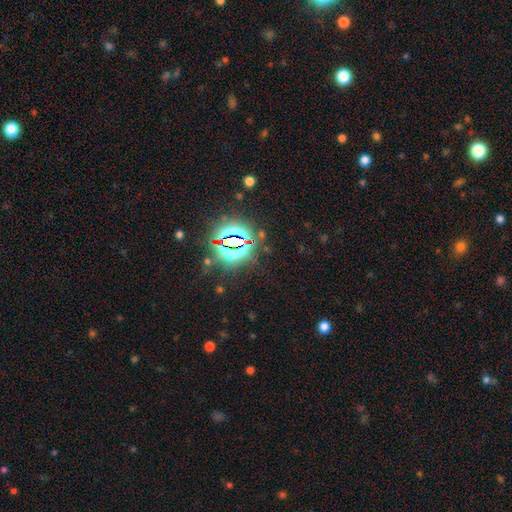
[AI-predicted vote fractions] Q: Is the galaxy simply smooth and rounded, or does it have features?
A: star or artifact — 85%.